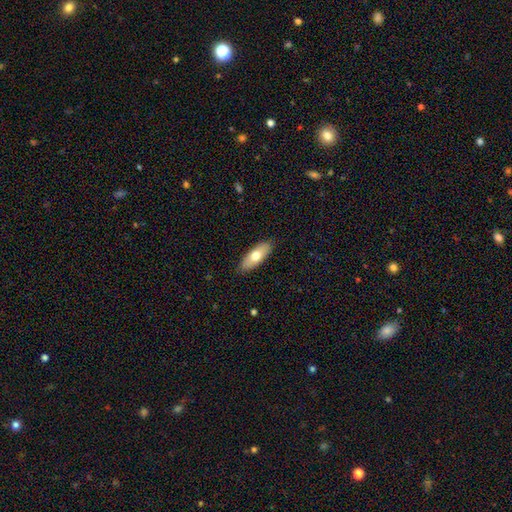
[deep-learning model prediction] smooth 69%, featured or disk 25%, star or artifact 6%. Down the decision tree: how rounded — in between (70%); merging — none (88%).